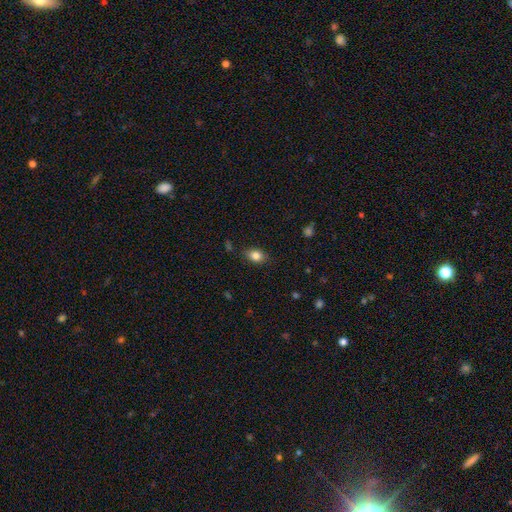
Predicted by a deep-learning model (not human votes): Smooth or featured? smooth (83%)
How rounded? in between (74%)
Merging? none (82%)